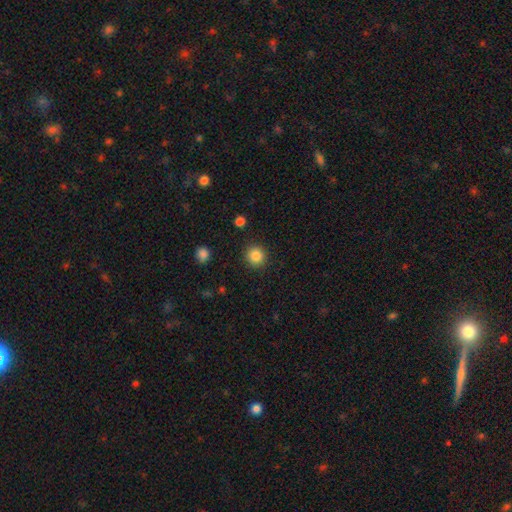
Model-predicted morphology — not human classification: A smooth galaxy with no disk features (86%) that is round (92%). Merging: none (91%).